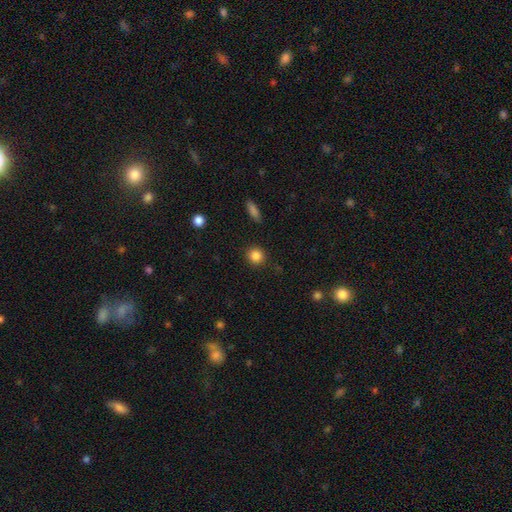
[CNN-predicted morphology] A smooth galaxy with no disk features (86%) that is round (91%).

Vote fractions:
- Smooth or featured? smooth: 86% / star or artifact: 10% / featured or disk: 4%
- How rounded? round: 91% / in between: 8% / cigar-shaped: 1%
- Merging? none: 90% / minor disturbance: 6% / major disturbance: 2% / merger: 2%